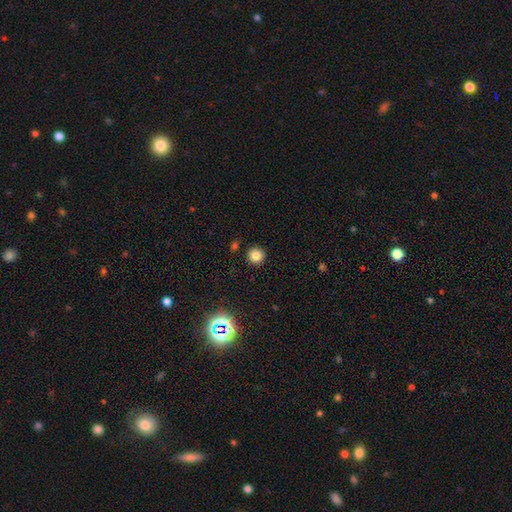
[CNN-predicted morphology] This is clearly a smooth galaxy (81%). How rounded: clearly round (95%). Merging: clearly none (91%).